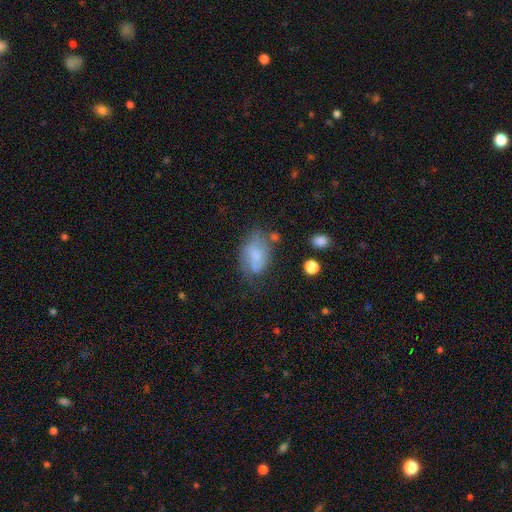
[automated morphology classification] type=smooth (55%); roundness=in between (88%); merging=none (46%).